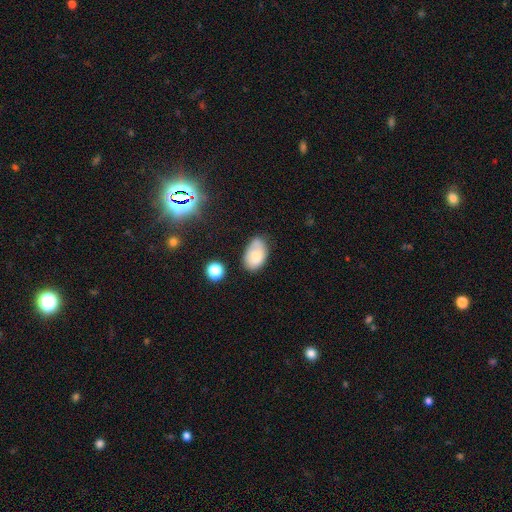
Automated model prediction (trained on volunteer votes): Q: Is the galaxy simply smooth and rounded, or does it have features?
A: smooth — 75%.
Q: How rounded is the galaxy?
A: in between — 90%.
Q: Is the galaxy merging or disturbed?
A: none — 59%.